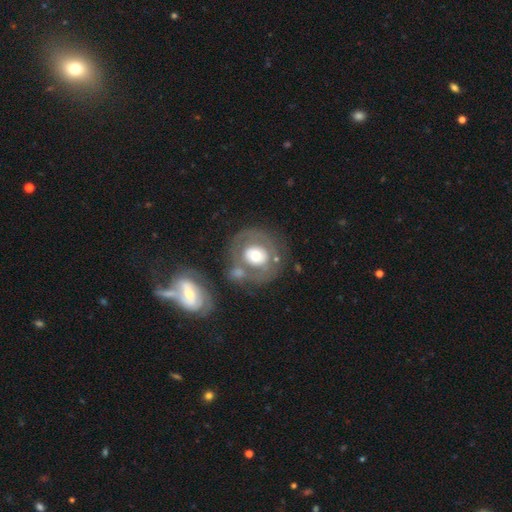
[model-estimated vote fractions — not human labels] This appears to be a featured or disk galaxy (50%). Merging: none (58%).